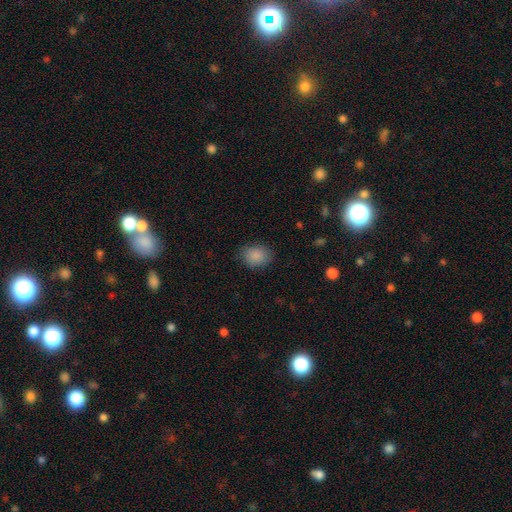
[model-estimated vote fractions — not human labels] Morphology: type=smooth (88%); roundness=in between (56%); merging=none (83%).